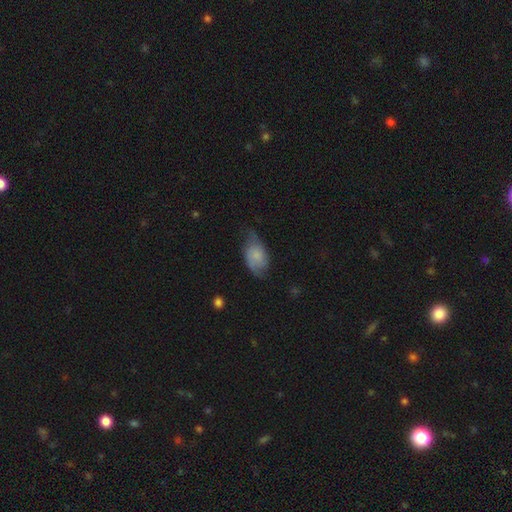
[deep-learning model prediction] The model was most divided on "merging": none: 49%, minor disturbance: 36%, major disturbance: 14%, merger: 2%. More confident: how rounded — in between (90%); smooth or featured — smooth (57%).